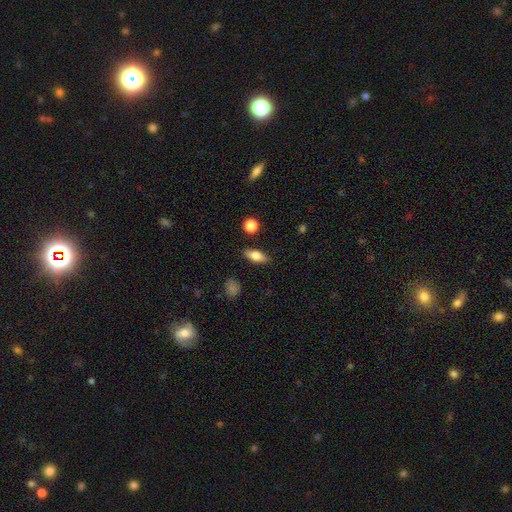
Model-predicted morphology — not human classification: This appears to be a smooth galaxy with no disk features (65%) that is in between round and cigar-shaped (68%). Merging: none (87%).